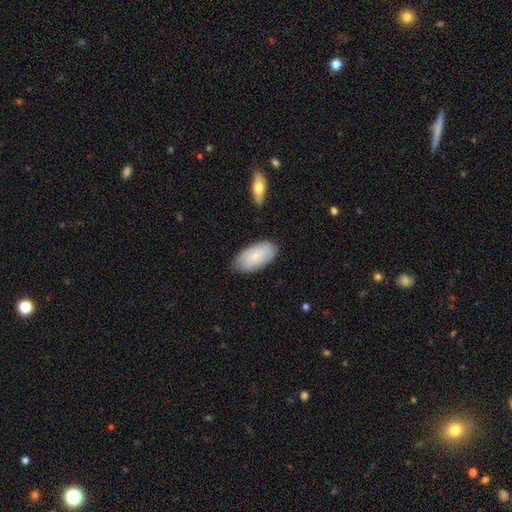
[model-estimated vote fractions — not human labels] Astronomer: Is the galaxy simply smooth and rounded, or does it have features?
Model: smooth — 72%.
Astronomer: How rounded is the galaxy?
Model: in between — 94%.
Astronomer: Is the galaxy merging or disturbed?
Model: none — 80%.